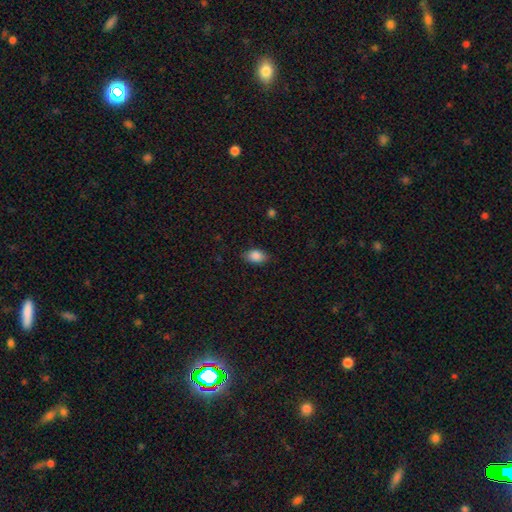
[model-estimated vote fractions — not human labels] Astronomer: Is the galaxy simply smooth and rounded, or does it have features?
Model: smooth — 87%.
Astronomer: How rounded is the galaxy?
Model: in between — 88%.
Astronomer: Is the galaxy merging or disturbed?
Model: none — 83%.